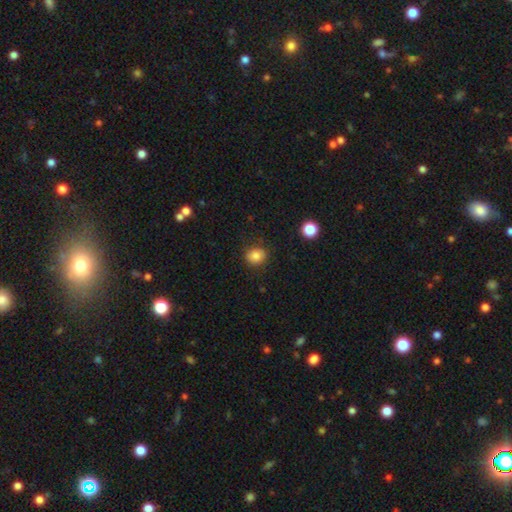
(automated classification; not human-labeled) This is clearly a smooth galaxy (84%). How rounded: likely round (73%). Merging: clearly none (84%).